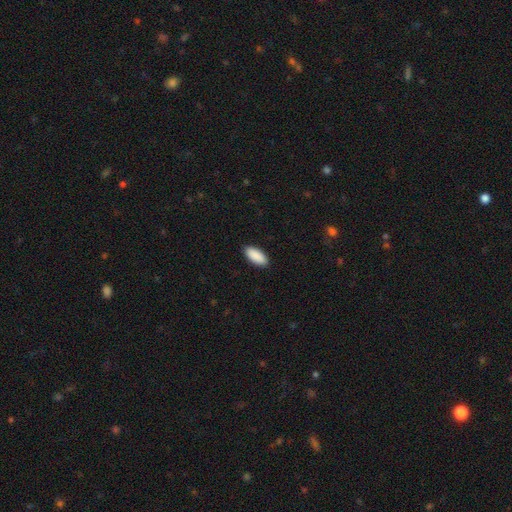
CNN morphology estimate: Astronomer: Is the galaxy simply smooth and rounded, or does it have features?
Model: smooth — 92%.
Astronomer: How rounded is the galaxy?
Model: in between — 88%.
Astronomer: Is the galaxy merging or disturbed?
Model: none — 90%.